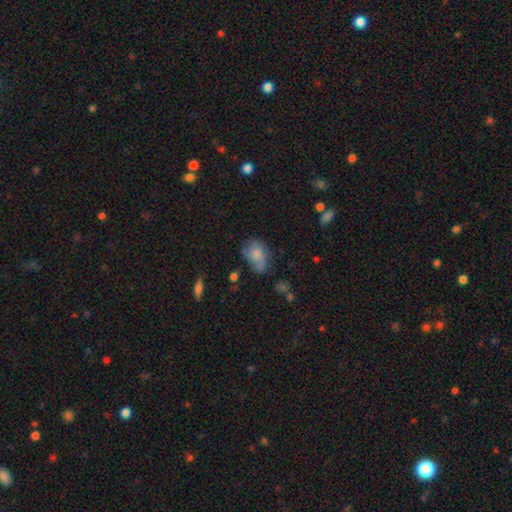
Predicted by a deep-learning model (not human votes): Smooth or featured? smooth (64%)
How rounded? in between (80%)
Merging? none (48%)